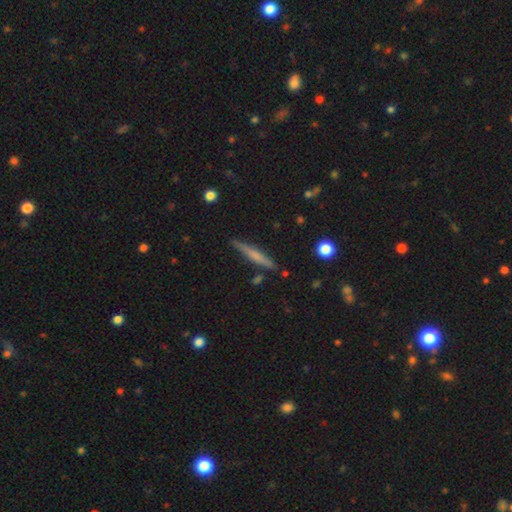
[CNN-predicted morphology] Overall: featured or disk (48%; smooth 46%). Merging: none (85%).